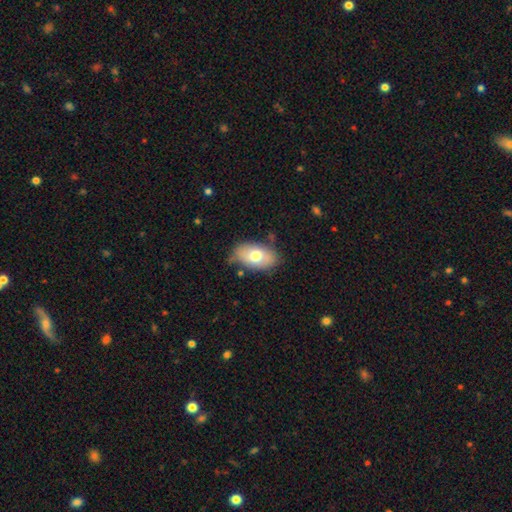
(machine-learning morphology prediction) smooth-or-featured: smooth: 69% | featured or disk: 25% | star or artifact: 7%
  how-rounded: in between: 92% | round: 6% | cigar-shaped: 2%
  merging: none: 72% | minor disturbance: 21% | major disturbance: 4% | merger: 3%